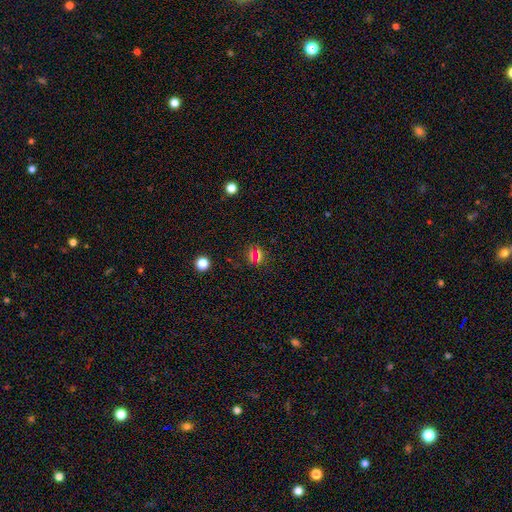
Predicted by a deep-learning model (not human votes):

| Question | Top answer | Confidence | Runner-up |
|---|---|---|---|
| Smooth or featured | smooth | 47% | star or artifact (43%) |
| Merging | none | 81% | minor disturbance (9%) |